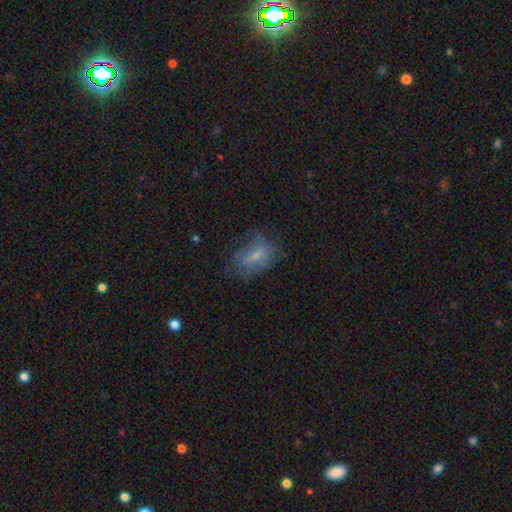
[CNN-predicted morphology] Smooth or featured: smooth — 52% (featured or disk — 37%)
How rounded: in between — 81% (round — 12%)
Merging: none — 53% (minor disturbance — 26%)